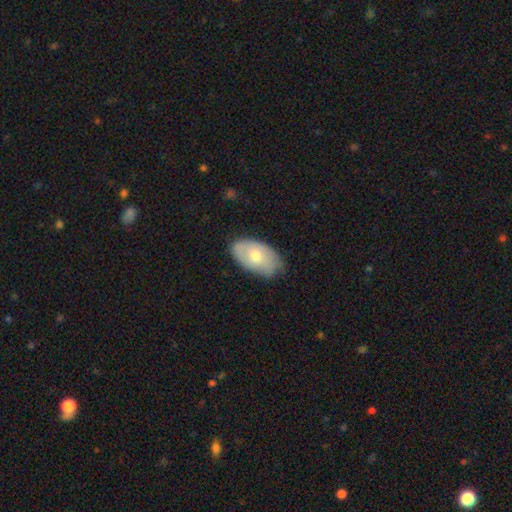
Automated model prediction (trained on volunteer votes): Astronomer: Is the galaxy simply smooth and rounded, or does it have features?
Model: smooth — 61%.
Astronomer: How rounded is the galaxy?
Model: in between — 93%.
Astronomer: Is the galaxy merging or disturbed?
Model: none — 75%.